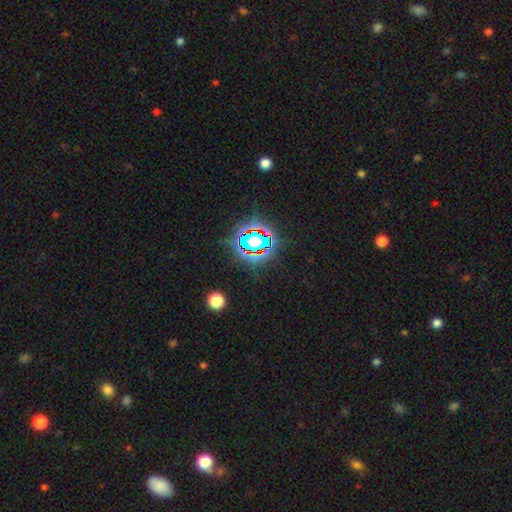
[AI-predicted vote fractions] The model was most divided on "smooth or featured": star or artifact: 81%, smooth: 12%, featured or disk: 7%.